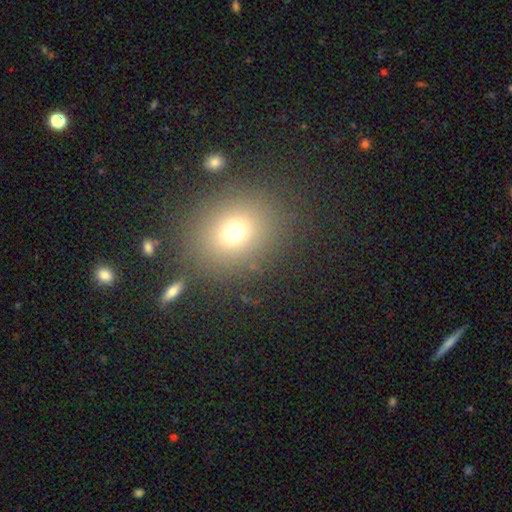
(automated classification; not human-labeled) A smooth galaxy with no disk features (66%) that is round (67%).

Vote fractions:
- Smooth or featured? smooth: 66% / star or artifact: 24% / featured or disk: 10%
- How rounded? round: 67% / in between: 32% / cigar-shaped: 1%
- Merging? none: 86% / minor disturbance: 8% / merger: 3% / major disturbance: 3%